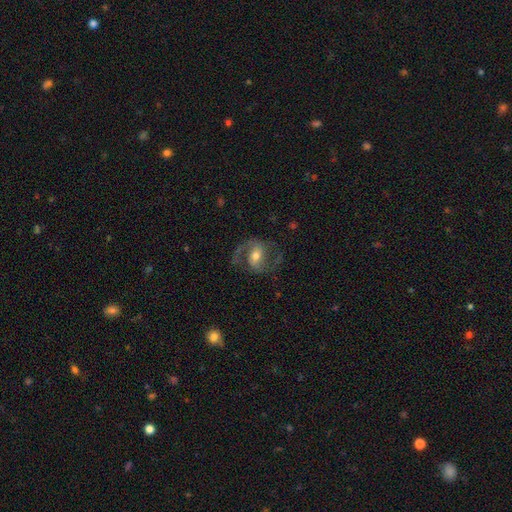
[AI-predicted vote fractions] Q: Smooth or featured?
A: featured or disk (81%); runner-up: smooth (13%)
Q: Edge-on disk?
A: no (97%); runner-up: yes (3%)
Q: Bar?
A: weak (43%); runner-up: no (32%)
Q: Spiral arms?
A: yes (93%); runner-up: no (7%)
Q: Spiral winding?
A: medium (55%); runner-up: loose (32%)
Q: Spiral arm count?
A: 2 (90%); runner-up: can't tell (4%)
Q: Bulge size?
A: moderate (63%); runner-up: small (28%)
Q: Merging?
A: none (70%); runner-up: minor disturbance (15%)